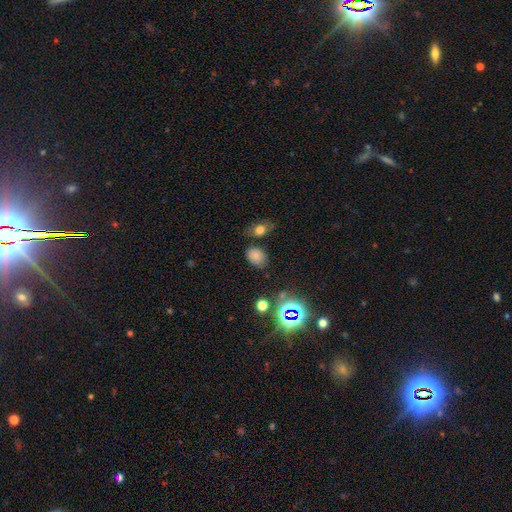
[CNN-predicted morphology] A smooth galaxy with no disk features (74%) that is in between round and cigar-shaped (73%).

Vote fractions:
- Smooth or featured? smooth: 74% / star or artifact: 18% / featured or disk: 8%
- How rounded? in between: 73% / round: 25% / cigar-shaped: 1%
- Merging? none: 74% / minor disturbance: 16% / merger: 5% / major disturbance: 5%